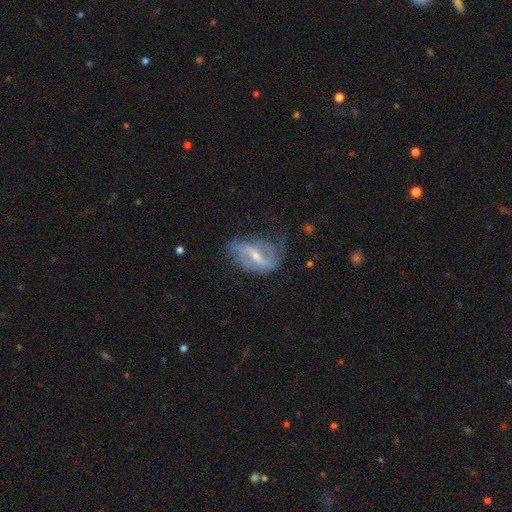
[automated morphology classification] Smooth or featured? featured or disk (79%)
Edge-on disk? no (93%)
Bar? strong (43%)
Spiral arms? yes (84%)
Spiral winding? loose (61%)
Spiral arm count? 2 (69%)
Bulge size? small (52%)
Merging? none (49%)